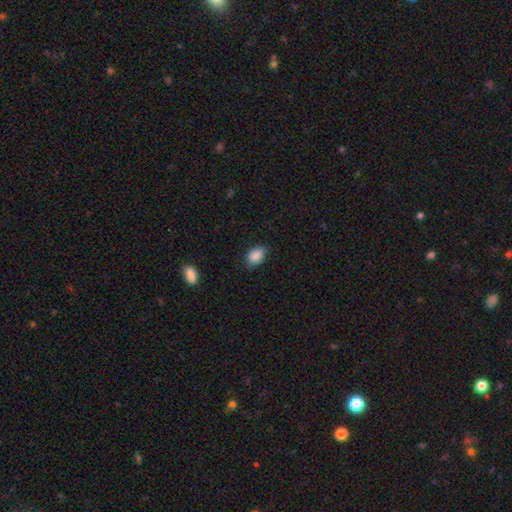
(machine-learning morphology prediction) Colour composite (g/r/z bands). It shows a smooth galaxy with no disk features (89%) that is in between round and cigar-shaped (88%). Merging: none (79%).